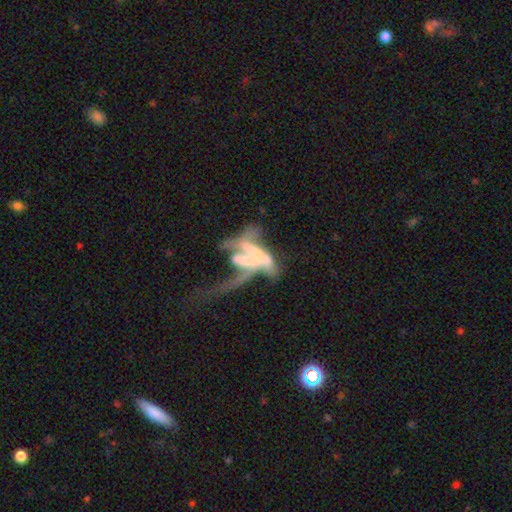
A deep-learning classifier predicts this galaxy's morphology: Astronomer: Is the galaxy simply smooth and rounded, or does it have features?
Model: featured or disk — 61%.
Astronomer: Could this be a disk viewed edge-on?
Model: no — 82%.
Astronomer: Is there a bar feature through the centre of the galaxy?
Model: no — 66%.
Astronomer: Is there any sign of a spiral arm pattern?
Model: no — 69%.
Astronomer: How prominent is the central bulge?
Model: none — 40% (runner-up: moderate, 26%).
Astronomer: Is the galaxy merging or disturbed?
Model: merger — 59%.